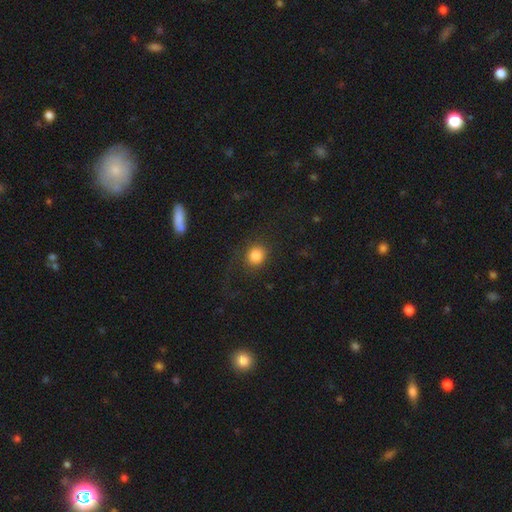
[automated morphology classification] Q: Smooth or featured?
A: smooth (83%); runner-up: star or artifact (10%)
Q: How rounded?
A: round (82%); runner-up: in between (17%)
Q: Merging?
A: none (76%); runner-up: minor disturbance (12%)